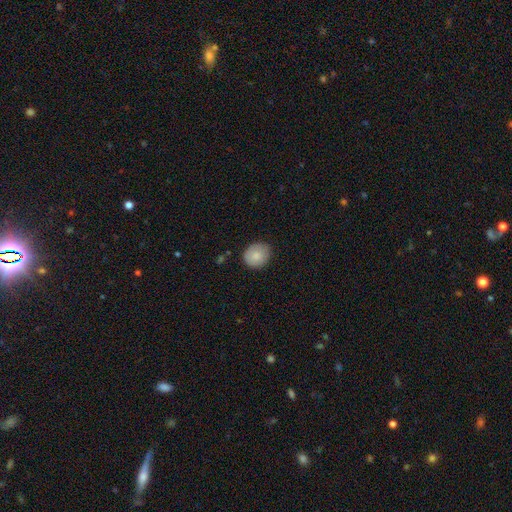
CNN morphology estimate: This appears to be a smooth galaxy with no disk features (83%) that is round (72%). Merging: none (77%).